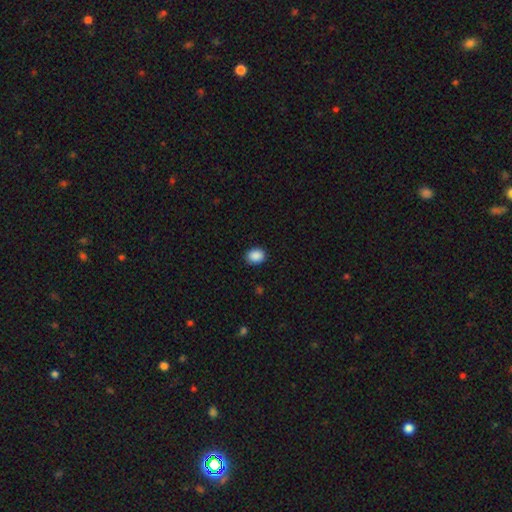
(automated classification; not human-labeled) Smooth or featured? Predicted: smooth (p=0.89). How rounded? Predicted: in between (p=0.54). Merging? Predicted: none (p=0.89).